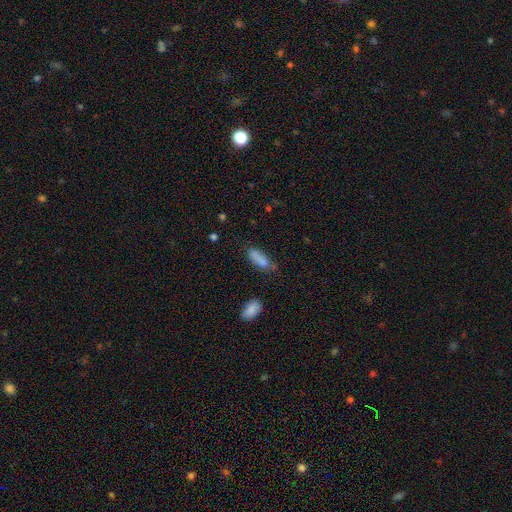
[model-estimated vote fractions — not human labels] smooth-or-featured: smooth: 80% | star or artifact: 11% | featured or disk: 10%
  how-rounded: in between: 65% | cigar-shaped: 32% | round: 3%
  merging: none: 59% | minor disturbance: 24% | merger: 9% | major disturbance: 8%